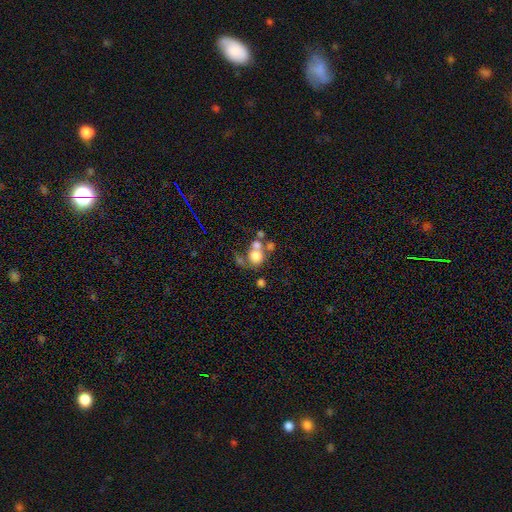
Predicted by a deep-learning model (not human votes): smooth 67%, featured or disk 20%, star or artifact 13%. Down the decision tree: how rounded — round (80%); merging — merger (47%).